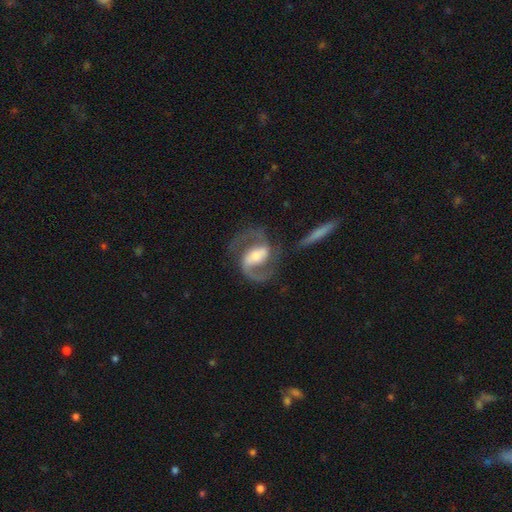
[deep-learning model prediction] A featured or disk galaxy (90%) with a strong bar (43%), 2 (92%) medium (60%) spiral arms (97%) and a moderate central bulge (53%).

Vote fractions:
- Smooth or featured? featured or disk: 90% / smooth: 6% / star or artifact: 4%
- Edge-on disk? no: 98% / yes: 2%
- Bar? strong: 43% / weak: 38% / no: 18%
- Spiral arms? yes: 97% / no: 3%
- Spiral winding? medium: 60% / loose: 25% / tight: 15%
- Spiral arm count? 2: 92% / 1: 3% / can't tell: 2% / 3: 1% / 4: 1% / more than 4: 1%
- Bulge size? moderate: 53% / small: 27% / large: 15% / none: 4% / dominant: 2%
- Merging? none: 70% / minor disturbance: 14% / major disturbance: 11% / merger: 4%